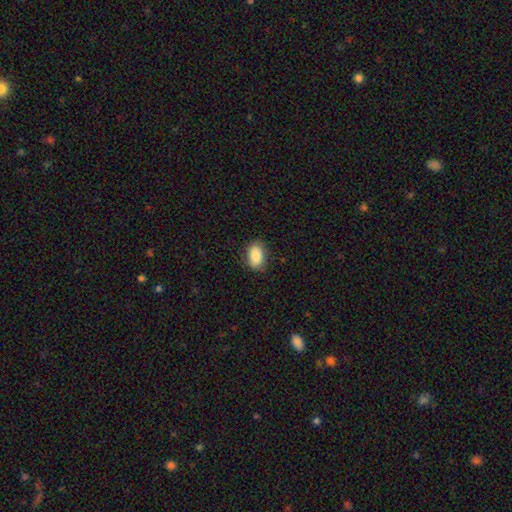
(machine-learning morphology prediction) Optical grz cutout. It shows a smooth galaxy with no disk features (85%) that is in between round and cigar-shaped (89%). Merging: none (83%).